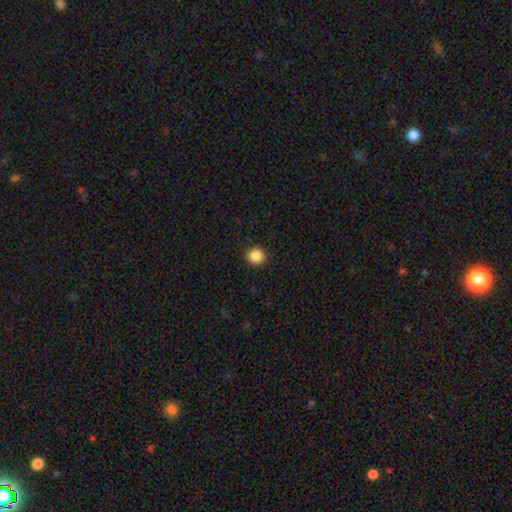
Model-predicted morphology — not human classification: A smooth galaxy with no disk features (87%) that is round (91%).

Vote fractions:
- Smooth or featured? smooth: 87% / star or artifact: 10% / featured or disk: 3%
- How rounded? round: 91% / in between: 8% / cigar-shaped: 1%
- Merging? none: 92% / minor disturbance: 6% / major disturbance: 2% / merger: 1%